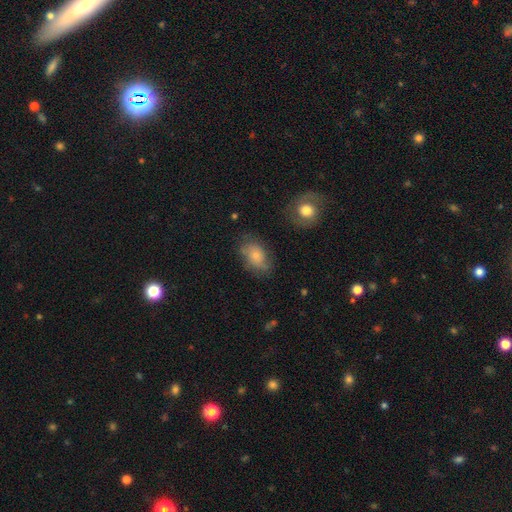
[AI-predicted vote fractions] Smooth or featured? smooth (71%)
How rounded? in between (85%)
Merging? none (60%)